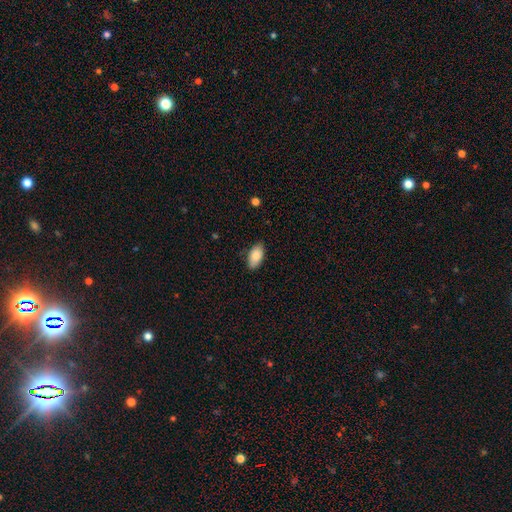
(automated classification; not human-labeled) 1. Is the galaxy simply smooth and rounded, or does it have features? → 86% smooth, 8% featured or disk, 7% star or artifact.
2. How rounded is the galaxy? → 94% in between, 3% cigar-shaped, 3% round.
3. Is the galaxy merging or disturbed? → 83% none, 14% minor disturbance, 2% major disturbance, 1% merger.